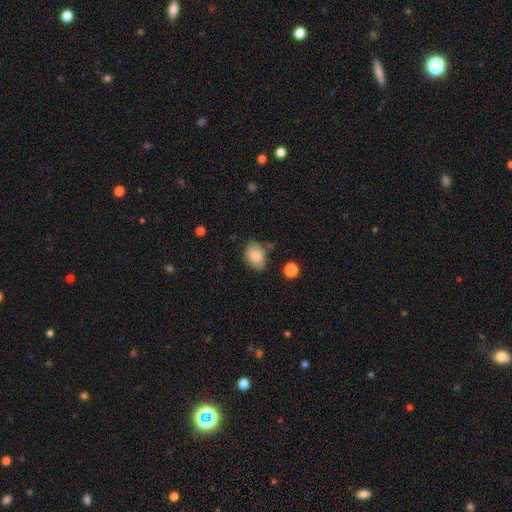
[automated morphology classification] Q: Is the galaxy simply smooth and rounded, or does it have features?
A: smooth — 83%.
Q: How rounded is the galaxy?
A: in between — 64%.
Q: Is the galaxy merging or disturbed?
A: none — 69%.